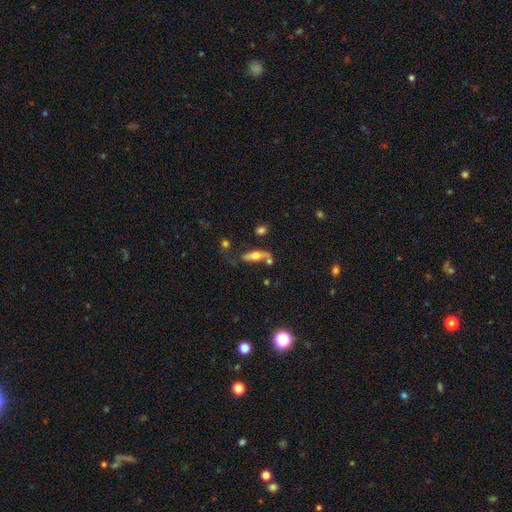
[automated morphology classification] The model was most divided on "smooth or featured": featured or disk: 47%, smooth: 45%, star or artifact: 8%. Remaining: merging — none (46%).